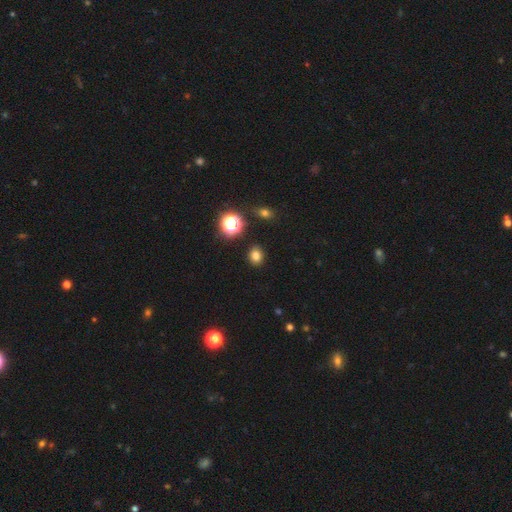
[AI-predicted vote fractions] Q: Smooth or featured?
A: smooth (77%); runner-up: star or artifact (17%)
Q: How rounded?
A: round (62%); runner-up: in between (37%)
Q: Merging?
A: none (89%); runner-up: minor disturbance (7%)